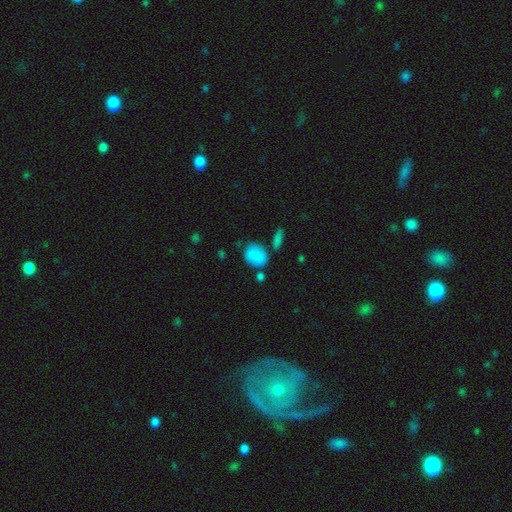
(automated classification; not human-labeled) Smooth or featured: smooth — 81% (featured or disk — 11%)
How rounded: in between — 65% (round — 33%)
Merging: none — 63% (minor disturbance — 21%)